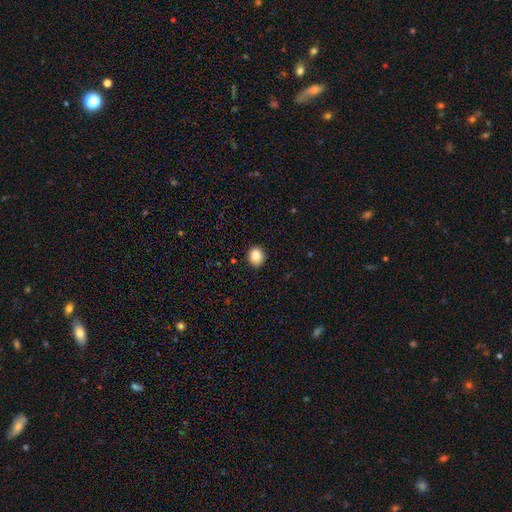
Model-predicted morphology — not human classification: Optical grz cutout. It shows a smooth galaxy with no disk features (88%) that is round (70%). Merging: none (89%).